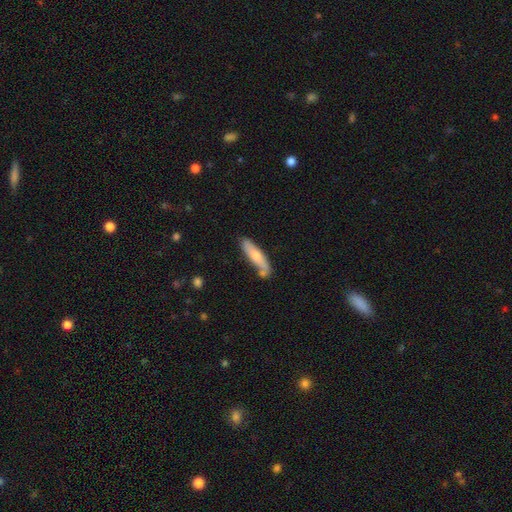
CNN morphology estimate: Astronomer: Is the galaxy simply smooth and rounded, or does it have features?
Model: smooth — 55% (runner-up: featured or disk, 39%).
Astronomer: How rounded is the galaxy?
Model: cigar-shaped — 75%.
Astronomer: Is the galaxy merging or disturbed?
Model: none — 74%.